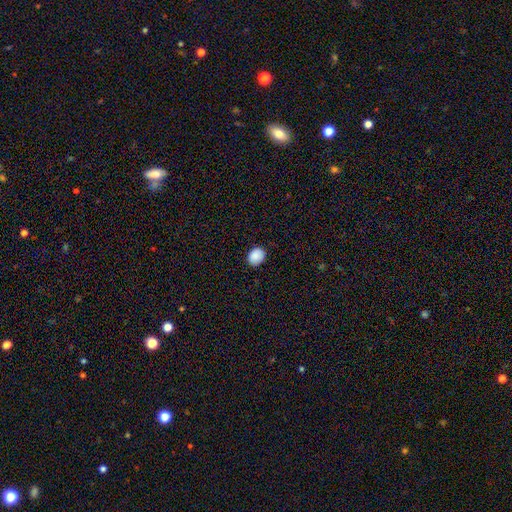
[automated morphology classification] Q: Smooth or featured?
A: smooth (89%); runner-up: star or artifact (8%)
Q: How rounded?
A: in between (53%); runner-up: round (46%)
Q: Merging?
A: none (87%); runner-up: minor disturbance (10%)